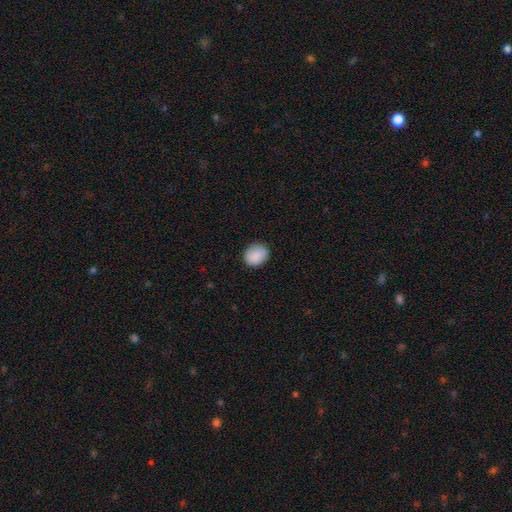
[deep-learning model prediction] A smooth galaxy with no disk features (88%) that is round (66%).

Vote fractions:
- Smooth or featured? smooth: 88% / star or artifact: 7% / featured or disk: 4%
- How rounded? round: 66% / in between: 34% / cigar-shaped: 1%
- Merging? none: 86% / minor disturbance: 11% / major disturbance: 2% / merger: 1%